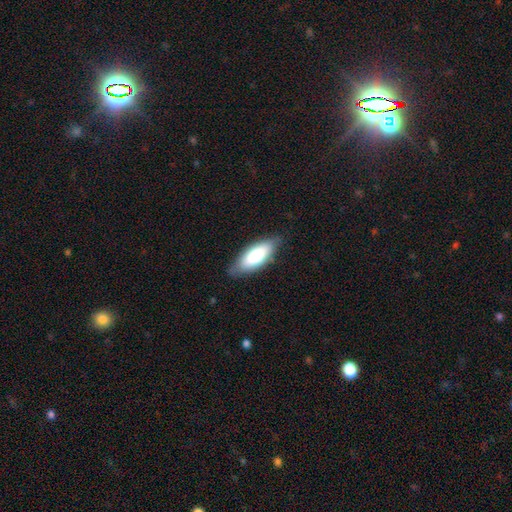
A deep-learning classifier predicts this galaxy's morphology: Overall: smooth (78%). How rounded: in between (77%). Merging: none (77%).